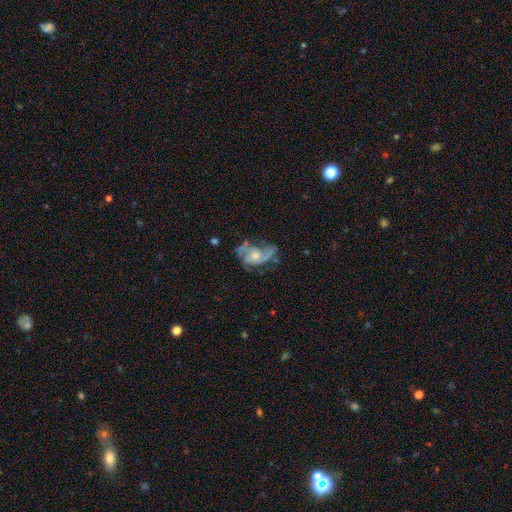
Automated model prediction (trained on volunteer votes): smooth_or_featured: featured or disk (p=0.78) [alt: smooth p=0.15]
disk_edge_on: no (p=0.97) [alt: yes p=0.03]
bar: no (p=0.72) [alt: weak p=0.24]
has_spiral_arms: yes (p=0.88) [alt: no p=0.12]
spiral_winding: medium (p=0.42) [alt: loose p=0.41]
spiral_arm_count: 2 (p=0.45) [alt: 3 p=0.24]
bulge_size: moderate (p=0.51) [alt: small p=0.40]
merging: none (p=0.42) [alt: major disturbance p=0.29]